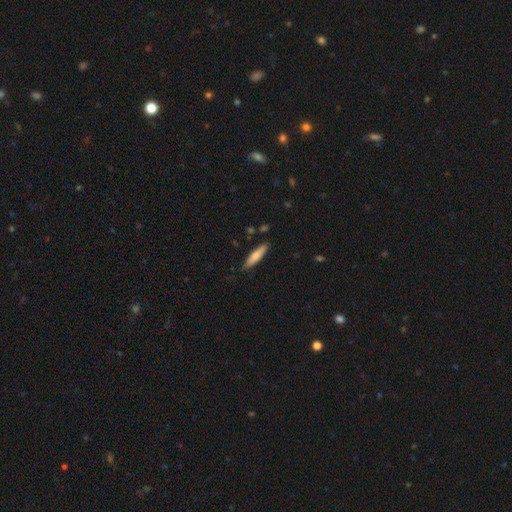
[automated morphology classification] The model was most divided on "smooth or featured": smooth: 70%, featured or disk: 25%, star or artifact: 6%. More confident: merging — none (85%); how rounded — cigar-shaped (82%).